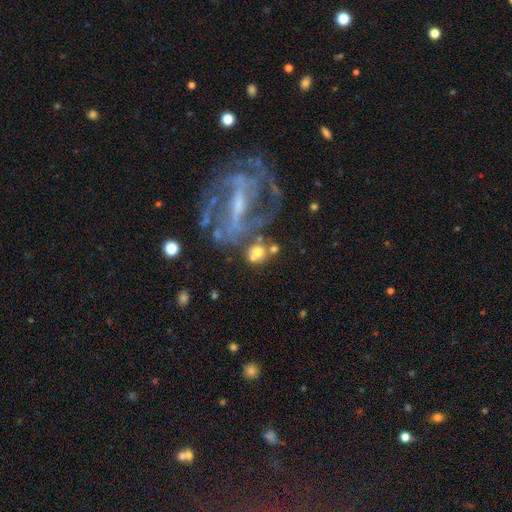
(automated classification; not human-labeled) Smooth or featured: featured or disk — 76% (smooth — 13%)
Edge-on disk: no — 93% (yes — 7%)
Bar: strong — 53% (weak — 31%)
Spiral arms: yes — 84% (no — 16%)
Spiral winding: medium — 47% (tight — 30%)
Spiral arm count: 2 — 57% (can't tell — 18%)
Bulge size: small — 56% (moderate — 27%)
Merging: none — 63% (minor disturbance — 16%)